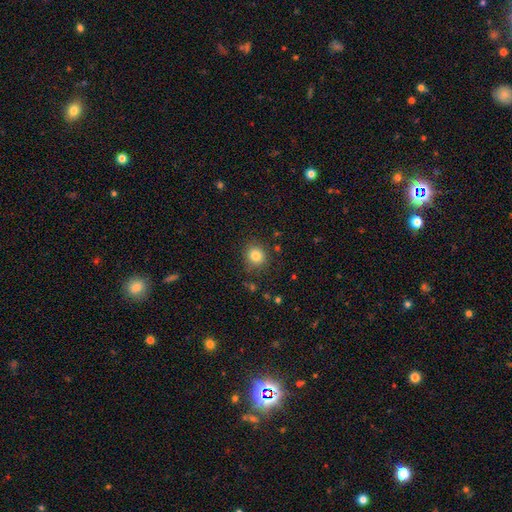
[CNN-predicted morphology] This is clearly a smooth galaxy (82%). How rounded: clearly round (84%). Merging: clearly none (85%).